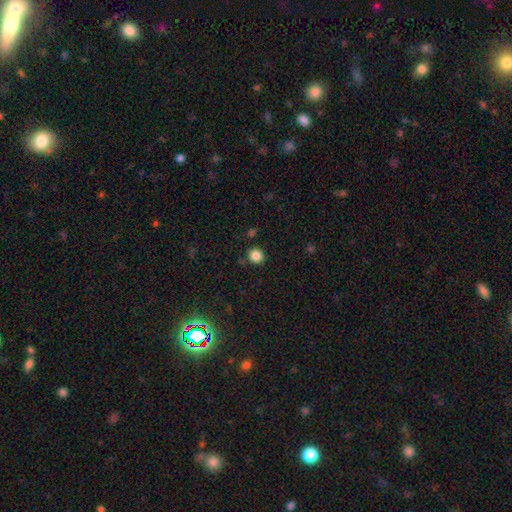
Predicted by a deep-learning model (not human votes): smooth-or-featured: smooth: 84% | star or artifact: 12% | featured or disk: 4%
  how-rounded: round: 86% | in between: 13% | cigar-shaped: 1%
  merging: none: 88% | minor disturbance: 7% | merger: 3% | major disturbance: 2%